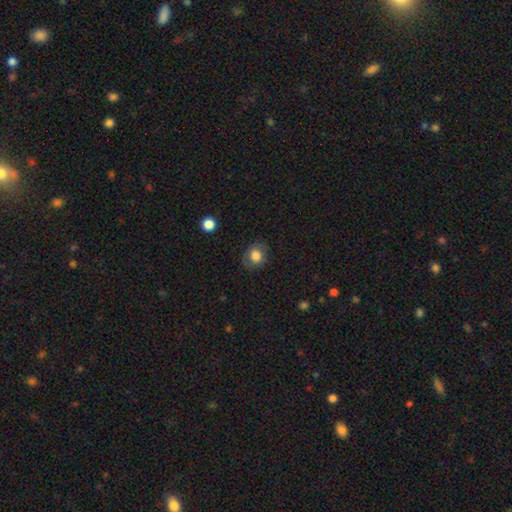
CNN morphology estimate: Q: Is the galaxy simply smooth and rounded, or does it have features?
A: smooth — 81%.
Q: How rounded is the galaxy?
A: round — 70%.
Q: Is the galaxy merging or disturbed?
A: none — 78%.